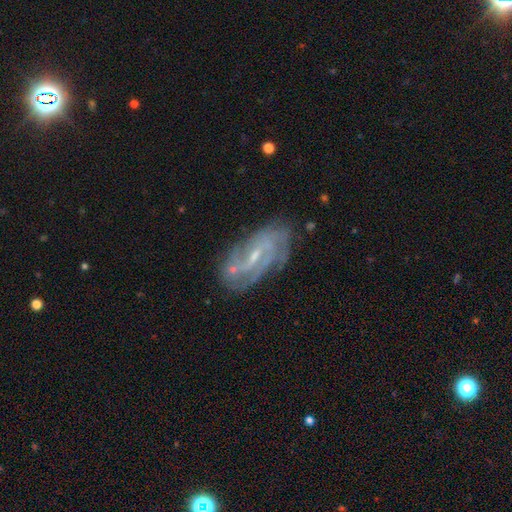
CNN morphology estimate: Smooth or featured? featured or disk (81%)
Edge-on disk? no (93%)
Bar? weak (52%)
Spiral arms? yes (90%)
Spiral winding? tight (42%)
Spiral arm count? 2 (35%)
Bulge size? small (63%)
Merging? none (68%)